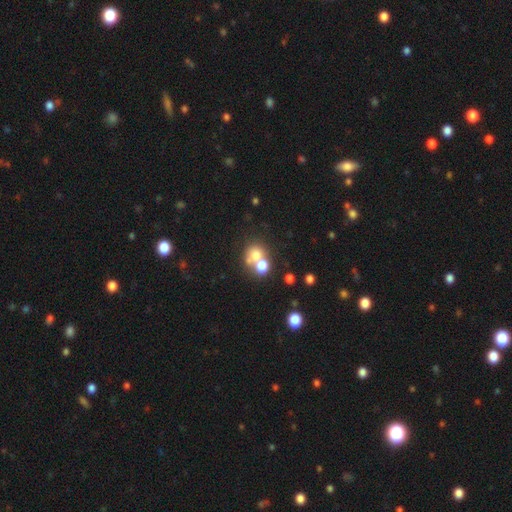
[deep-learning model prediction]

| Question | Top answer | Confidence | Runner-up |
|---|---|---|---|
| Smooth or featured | smooth | 67% | featured or disk (18%) |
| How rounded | round | 75% | in between (24%) |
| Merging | merger | 53% | none (36%) |